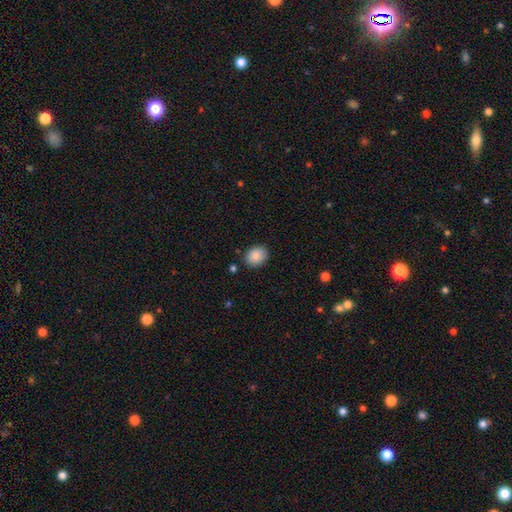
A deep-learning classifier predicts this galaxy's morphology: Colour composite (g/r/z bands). It shows a smooth galaxy with no disk features (87%) that is in between round and cigar-shaped (57%). Merging: none (86%).